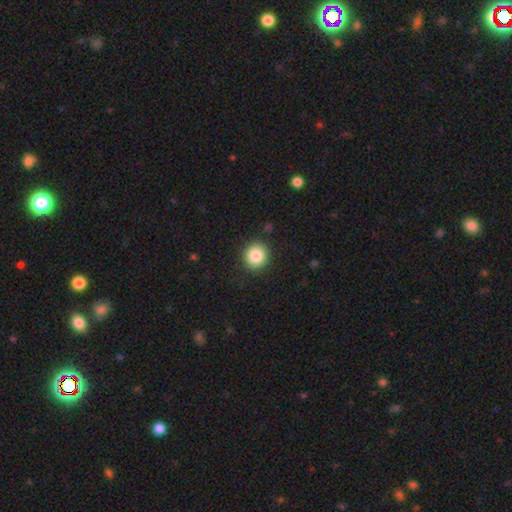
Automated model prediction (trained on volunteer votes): smooth-or-featured: smooth: 85% | star or artifact: 9% | featured or disk: 5%
  how-rounded: round: 90% | in between: 9% | cigar-shaped: 1%
  merging: none: 91% | minor disturbance: 6% | major disturbance: 2% | merger: 1%